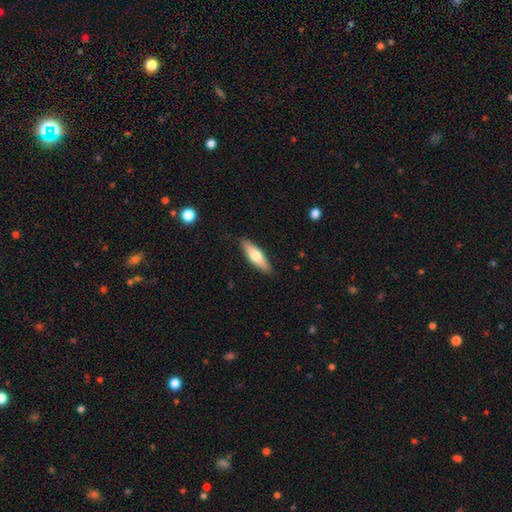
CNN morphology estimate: Smooth or featured? smooth (59%)
How rounded? cigar-shaped (53%)
Merging? none (88%)